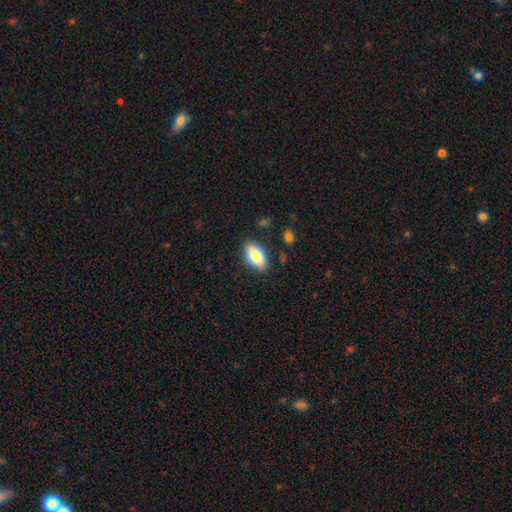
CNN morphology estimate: This appears to be a smooth galaxy with no disk features (80%) that is in between round and cigar-shaped (90%). Merging: none (85%).